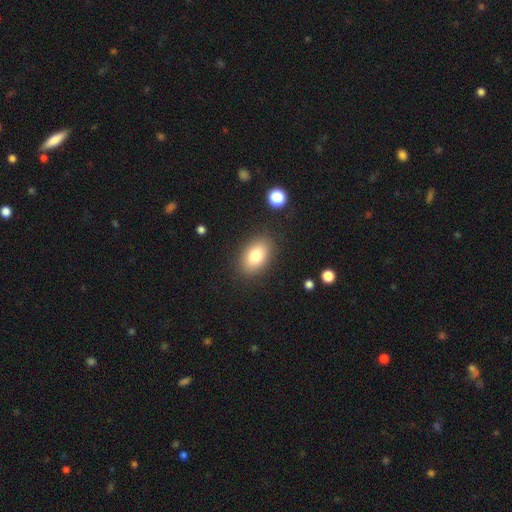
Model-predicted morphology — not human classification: smooth 80%, featured or disk 11%, star or artifact 9%. Down the decision tree: how rounded — in between (87%); merging — none (87%).